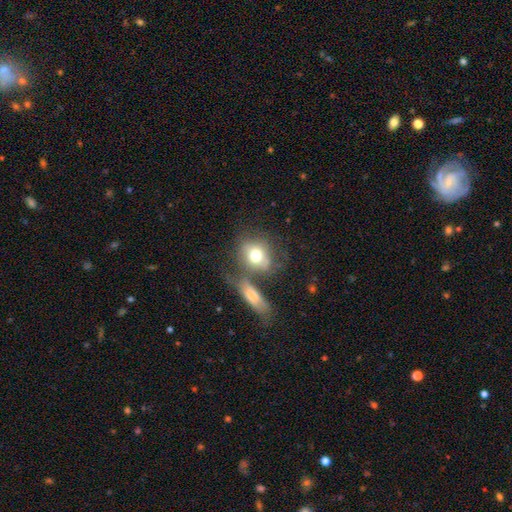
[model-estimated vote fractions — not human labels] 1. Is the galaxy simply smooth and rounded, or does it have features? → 68% smooth, 23% featured or disk, 8% star or artifact.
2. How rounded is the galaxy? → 61% round, 36% in between, 3% cigar-shaped.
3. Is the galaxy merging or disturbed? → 43% none, 34% merger, 14% minor disturbance, 9% major disturbance.